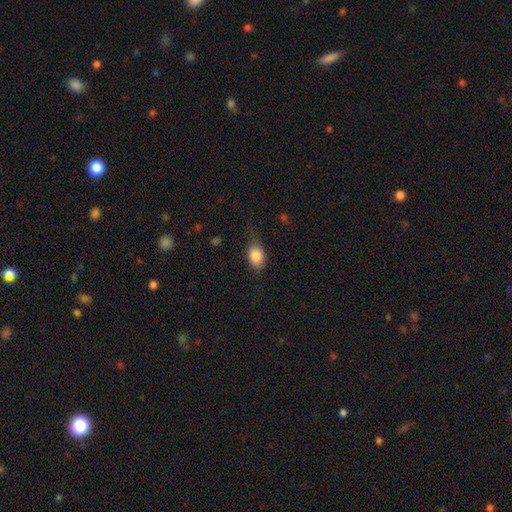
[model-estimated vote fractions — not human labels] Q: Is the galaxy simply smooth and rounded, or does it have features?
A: smooth — 84%.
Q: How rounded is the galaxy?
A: in between — 77%.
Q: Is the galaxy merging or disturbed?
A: none — 55%.